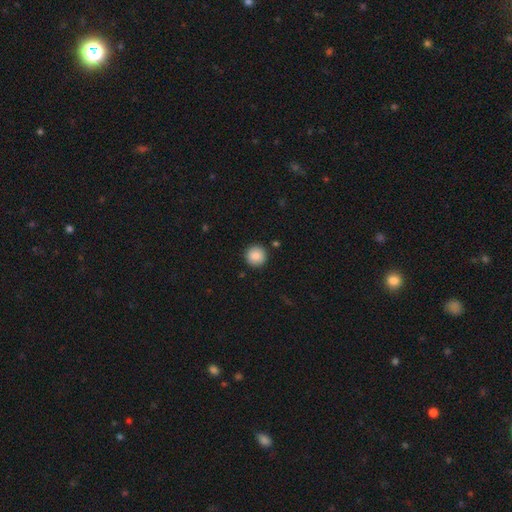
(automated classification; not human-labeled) This is clearly a smooth galaxy (87%). How rounded: clearly round (95%). Merging: clearly none (92%).